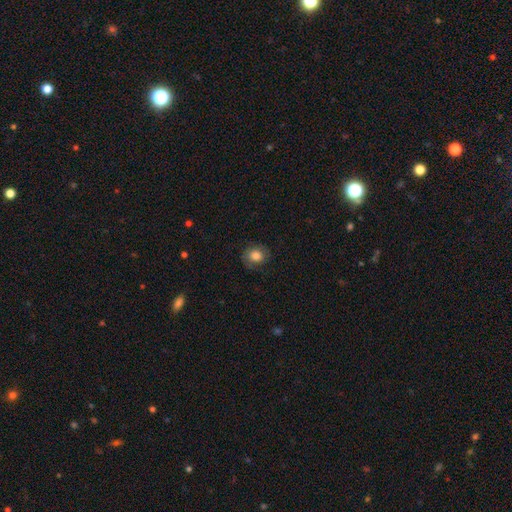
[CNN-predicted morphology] smooth-or-featured: smooth: 71% | featured or disk: 21% | star or artifact: 9%
  how-rounded: round: 63% | in between: 36% | cigar-shaped: 1%
  merging: none: 76% | minor disturbance: 16% | major disturbance: 7% | merger: 1%